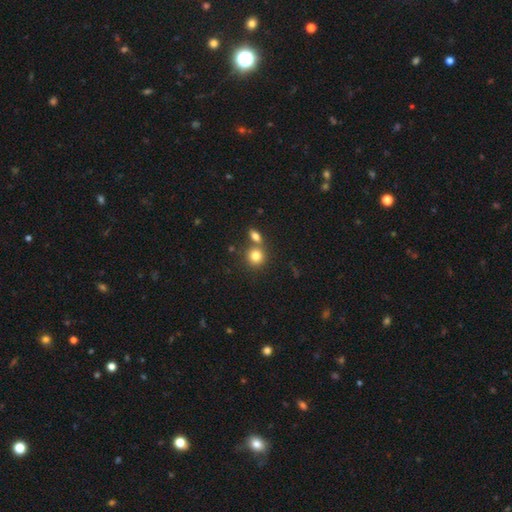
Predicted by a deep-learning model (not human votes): Smooth or featured? smooth (80%)
How rounded? round (85%)
Merging? none (57%)